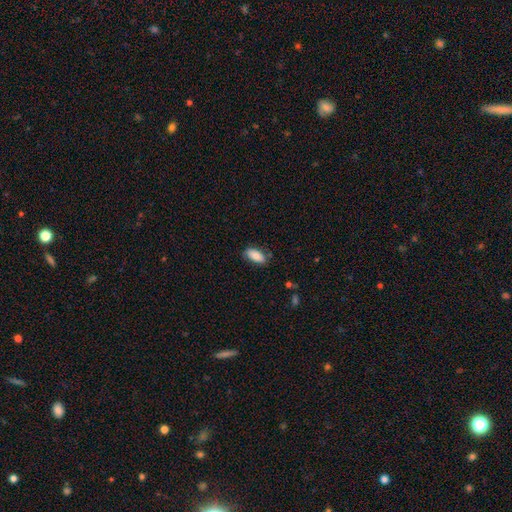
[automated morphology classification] Q: Smooth or featured?
A: smooth (83%); runner-up: featured or disk (10%)
Q: How rounded?
A: in between (90%); runner-up: cigar-shaped (7%)
Q: Merging?
A: none (77%); runner-up: minor disturbance (18%)